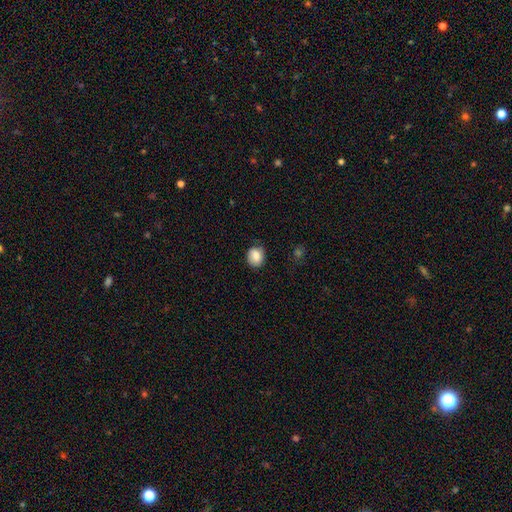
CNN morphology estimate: Smooth or featured? smooth (82%)
How rounded? round (58%)
Merging? none (72%)